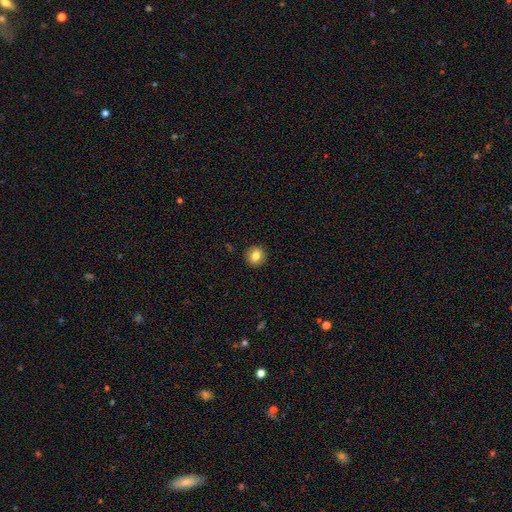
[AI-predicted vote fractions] Smooth or featured?
  - smooth: 79% *
  - featured or disk: 11%
  - star or artifact: 10%
How rounded?
  - round: 84% *
  - in between: 15%
  - cigar-shaped: 1%
Merging?
  - none: 91% *
  - minor disturbance: 6%
  - major disturbance: 2%
  - merger: 1%